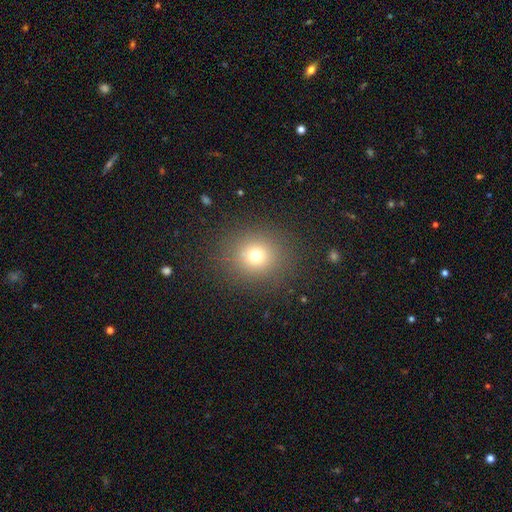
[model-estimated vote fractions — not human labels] Smooth or featured? Predicted: smooth (p=0.71). How rounded? Predicted: round (p=0.84). Merging? Predicted: none (p=0.87).